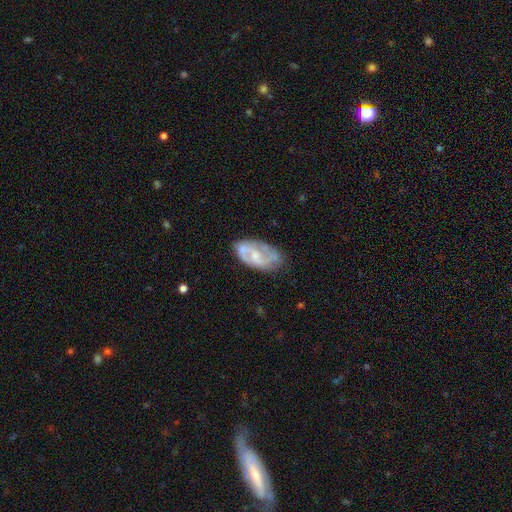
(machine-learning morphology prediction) A featured or disk galaxy (67%) with no bar (58%), spiral arms (69%) and a small central bulge (44%).

Vote fractions:
- Smooth or featured? featured or disk: 67% / smooth: 26% / star or artifact: 6%
- Edge-on disk? no: 96% / yes: 4%
- Bar? no: 58% / weak: 34% / strong: 8%
- Spiral arms? yes: 69% / no: 31%
- Bulge size? small: 44% / moderate: 34% / none: 18% / large: 3% / dominant: 1%
- Merging? none: 58% / minor disturbance: 27% / major disturbance: 12% / merger: 4%